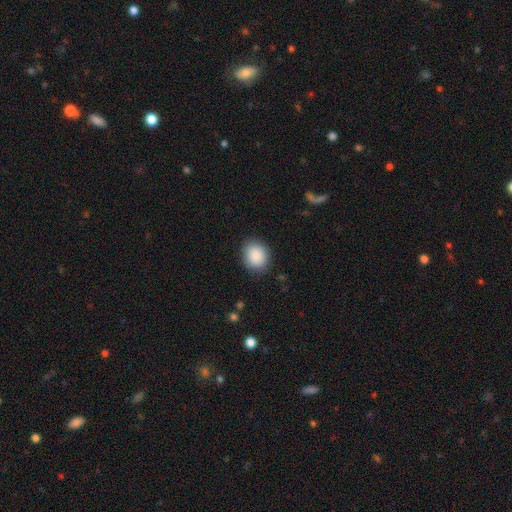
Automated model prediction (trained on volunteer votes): smooth 89%, star or artifact 7%, featured or disk 3%. Down the decision tree: how rounded — round (64%); merging — none (87%).